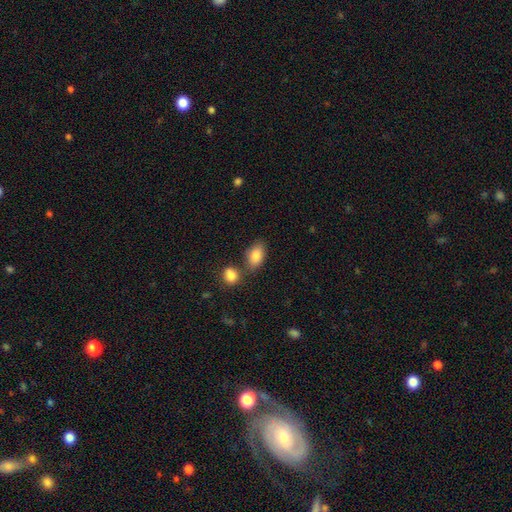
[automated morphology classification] Q: Smooth or featured?
A: smooth (86%); runner-up: star or artifact (7%)
Q: How rounded?
A: in between (90%); runner-up: round (8%)
Q: Merging?
A: none (64%); runner-up: merger (18%)